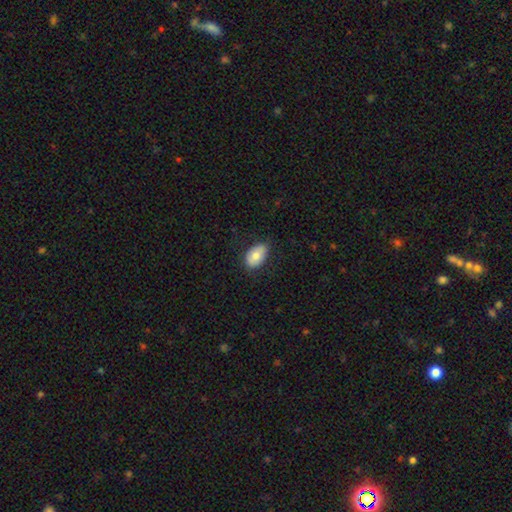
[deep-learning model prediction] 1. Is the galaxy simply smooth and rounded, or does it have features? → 78% smooth, 15% featured or disk, 7% star or artifact.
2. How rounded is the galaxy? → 91% in between, 7% round, 1% cigar-shaped.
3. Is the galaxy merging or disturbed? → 77% none, 18% minor disturbance, 4% major disturbance, 1% merger.